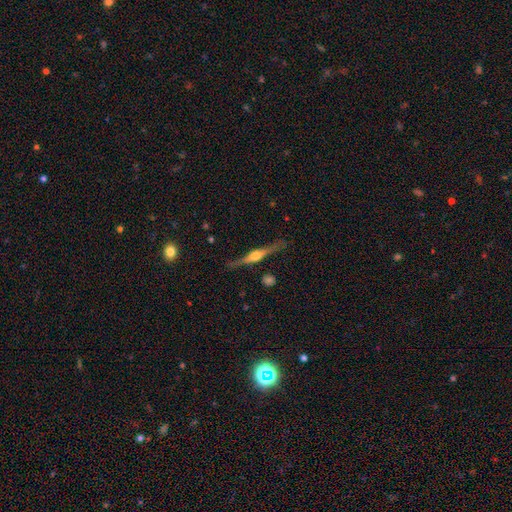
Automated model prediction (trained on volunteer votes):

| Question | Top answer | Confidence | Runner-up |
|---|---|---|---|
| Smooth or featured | featured or disk | 80% | smooth (15%) |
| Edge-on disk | yes | 97% | no (3%) |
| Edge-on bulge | rounded | 91% | boxy (6%) |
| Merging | none | 85% | minor disturbance (11%) |